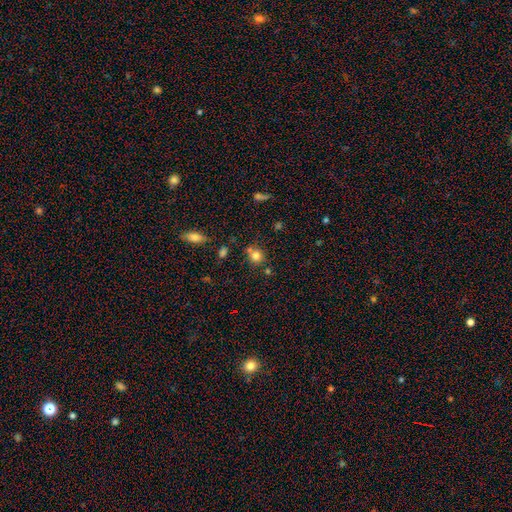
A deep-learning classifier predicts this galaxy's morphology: This appears to be a smooth galaxy with no disk features (79%) that is round (84%). Merging: none (63%).